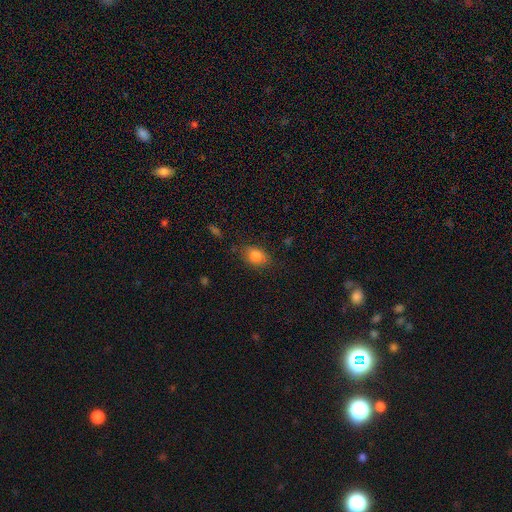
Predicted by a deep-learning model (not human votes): Smooth or featured?
  - smooth: 82% *
  - star or artifact: 10%
  - featured or disk: 8%
How rounded?
  - in between: 71% *
  - round: 27%
  - cigar-shaped: 2%
Merging?
  - none: 76% *
  - minor disturbance: 18%
  - major disturbance: 5%
  - merger: 2%